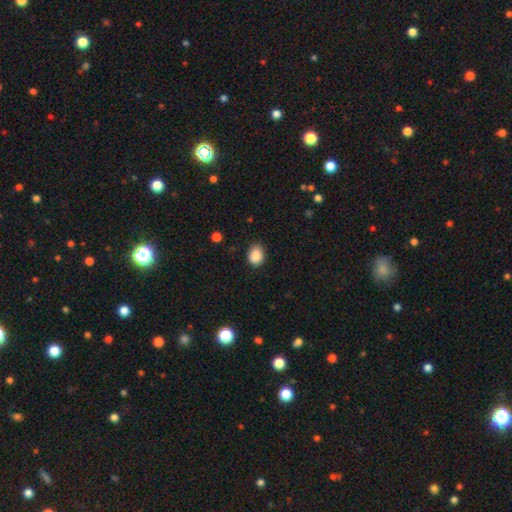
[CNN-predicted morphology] Smooth or featured? Predicted: smooth (p=0.88). How rounded? Predicted: in between (p=0.59). Merging? Predicted: none (p=0.76).